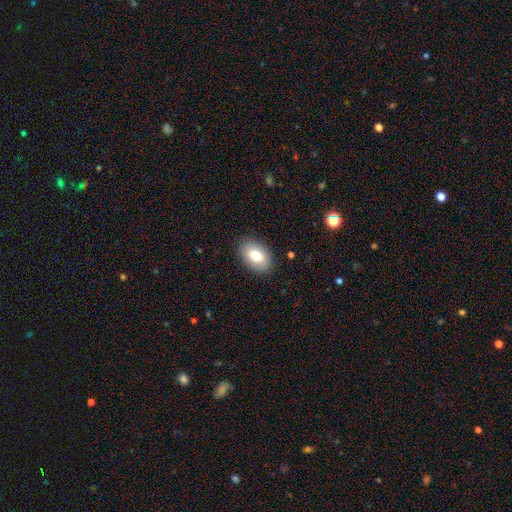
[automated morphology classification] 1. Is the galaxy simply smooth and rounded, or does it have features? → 80% smooth, 13% featured or disk, 7% star or artifact.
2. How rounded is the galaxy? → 91% in between, 8% round, 1% cigar-shaped.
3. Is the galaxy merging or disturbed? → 87% none, 9% minor disturbance, 3% major disturbance, 1% merger.